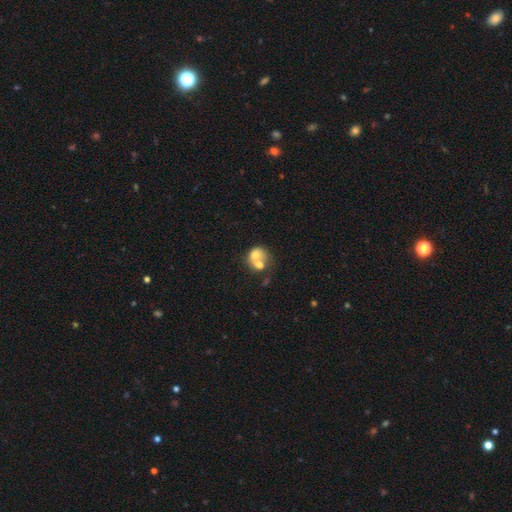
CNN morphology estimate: A smooth galaxy with no disk features (63%) that is round (65%). Merging: merger (68%).